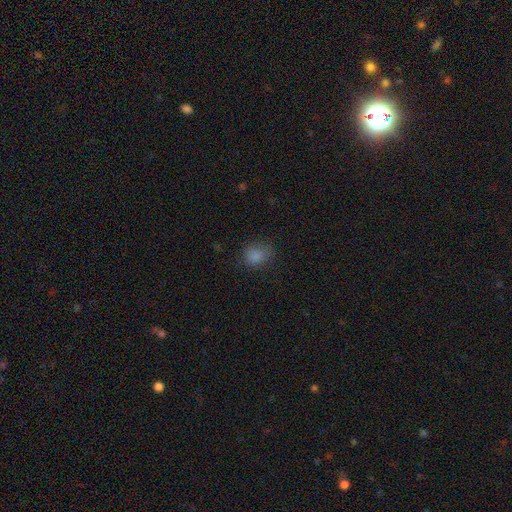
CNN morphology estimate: Smooth or featured? Predicted: smooth (p=0.82). How rounded? Predicted: round (p=0.61). Merging? Predicted: none (p=0.72).